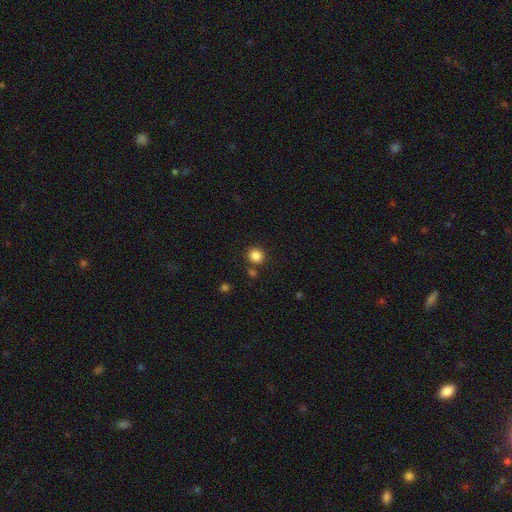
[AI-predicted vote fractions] This is clearly a smooth galaxy (85%). How rounded: clearly round (88%). Merging: clearly none (82%).